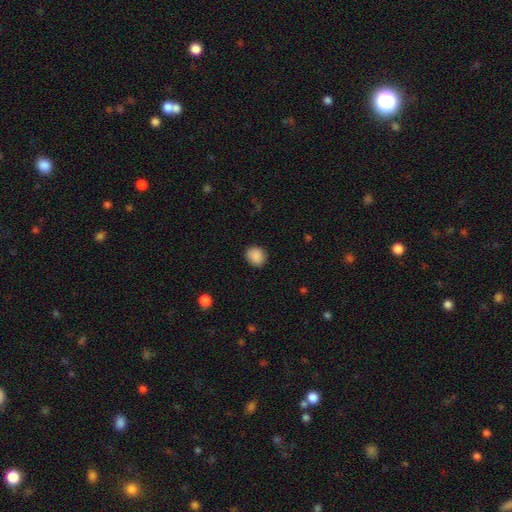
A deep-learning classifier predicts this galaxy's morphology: smooth 89%, star or artifact 8%, featured or disk 3%. Down the decision tree: how rounded — round (69%); merging — none (87%).